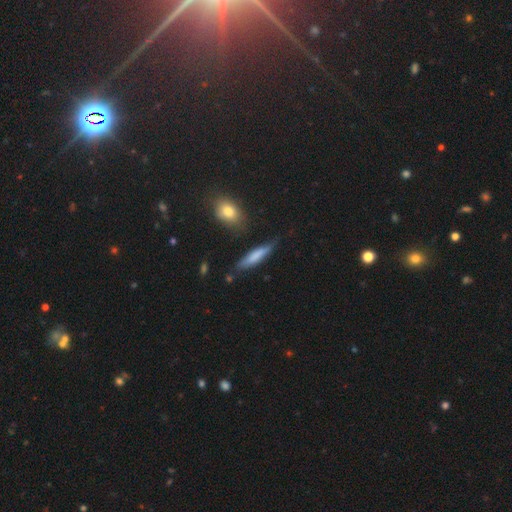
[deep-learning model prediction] smooth-or-featured: smooth: 65% | featured or disk: 28% | star or artifact: 7%
  how-rounded: cigar-shaped: 85% | in between: 14% | round: 2%
  merging: none: 74% | minor disturbance: 18% | major disturbance: 4% | merger: 4%